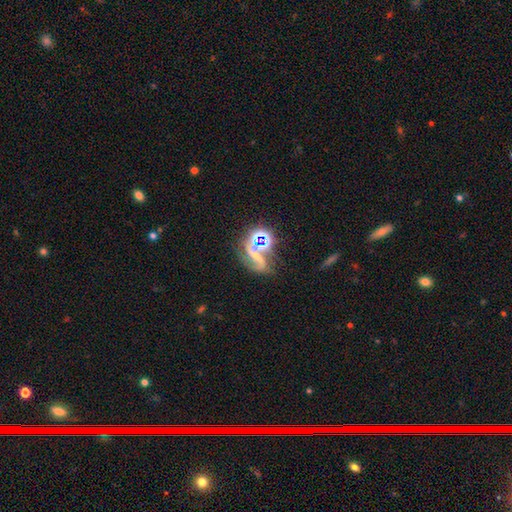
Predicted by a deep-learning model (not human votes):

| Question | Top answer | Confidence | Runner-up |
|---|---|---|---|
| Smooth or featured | featured or disk | 54% | star or artifact (28%) |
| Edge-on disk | no | 96% | yes (4%) |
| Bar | strong | 35% | weak (34%) |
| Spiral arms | yes | 86% | no (14%) |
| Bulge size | small | 40% | moderate (26%) |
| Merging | none | 47% | merger (18%) |